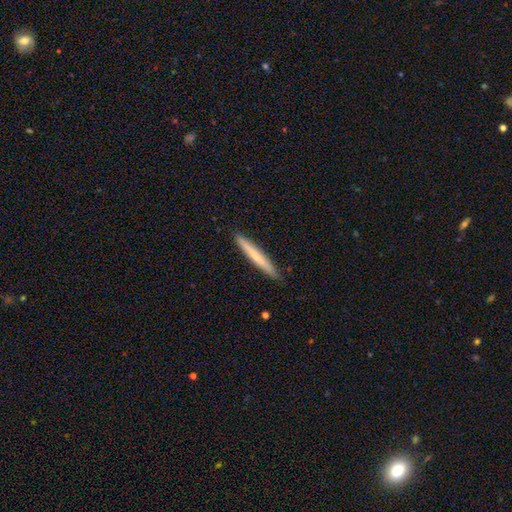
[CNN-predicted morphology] Q: Smooth or featured?
A: smooth (60%); runner-up: featured or disk (34%)
Q: How rounded?
A: cigar-shaped (96%); runner-up: in between (3%)
Q: Merging?
A: none (92%); runner-up: minor disturbance (6%)